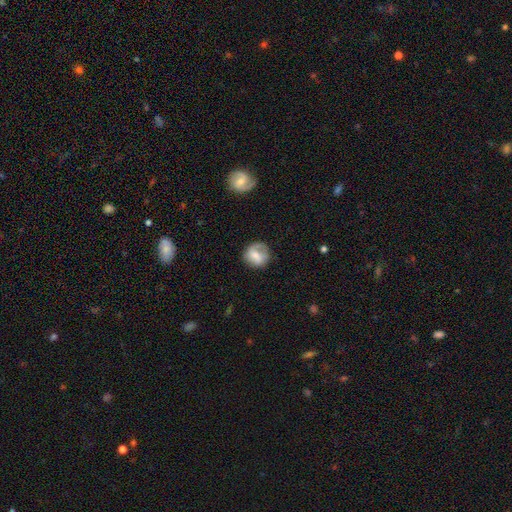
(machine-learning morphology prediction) smooth_or_featured: smooth (p=0.59) [alt: featured or disk p=0.33]
how_rounded: round (p=0.79) [alt: in between p=0.20]
merging: none (p=0.64) [alt: minor disturbance p=0.23]